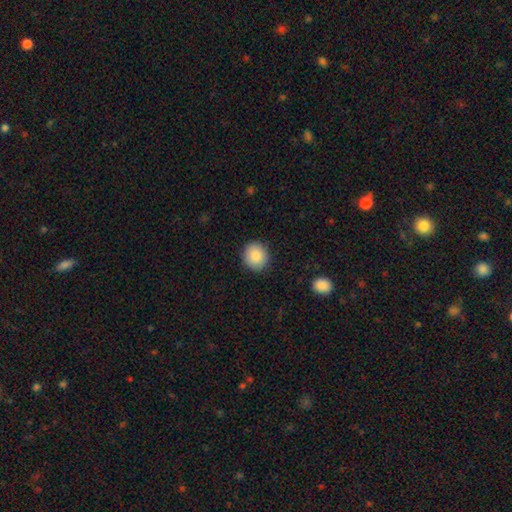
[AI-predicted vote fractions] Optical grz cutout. It shows a smooth galaxy with no disk features (88%) that is round (88%). Merging: none (90%).